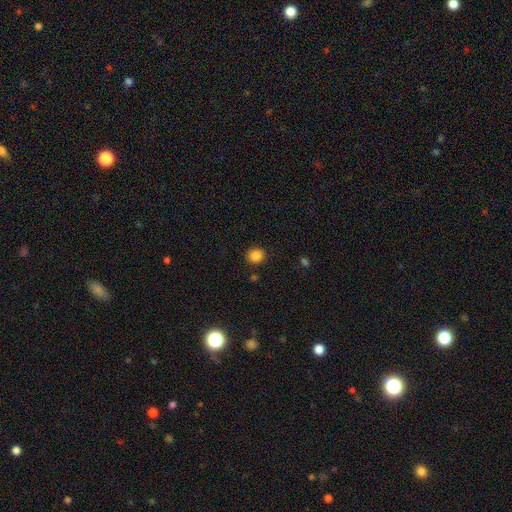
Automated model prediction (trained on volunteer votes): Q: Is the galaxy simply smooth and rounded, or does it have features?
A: smooth — 85%.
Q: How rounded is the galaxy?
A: round — 84%.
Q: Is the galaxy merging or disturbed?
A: none — 89%.